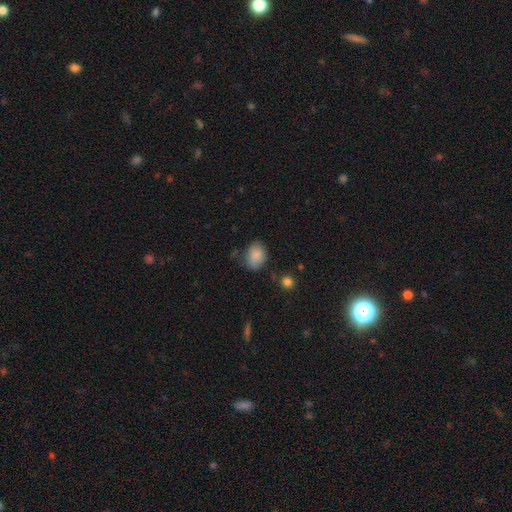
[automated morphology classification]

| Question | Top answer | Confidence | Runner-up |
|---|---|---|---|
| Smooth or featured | smooth | 86% | star or artifact (8%) |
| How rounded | in between | 70% | round (29%) |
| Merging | none | 72% | minor disturbance (20%) |